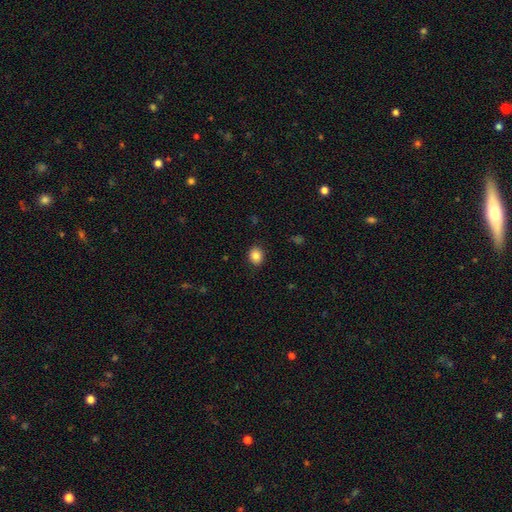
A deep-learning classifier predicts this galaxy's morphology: This appears to be a smooth galaxy with no disk features (85%) that is round (58%). Merging: none (89%).